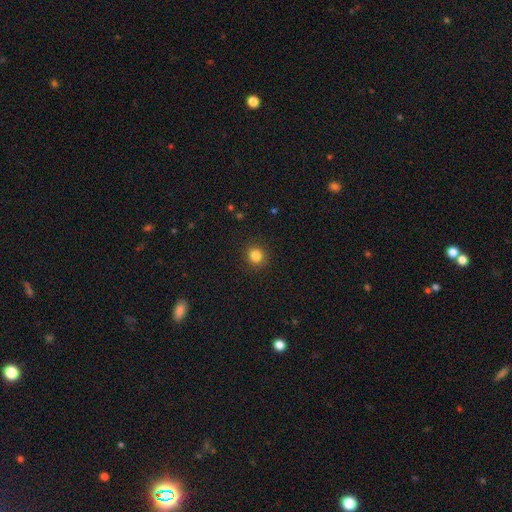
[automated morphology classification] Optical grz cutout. It shows a smooth galaxy with no disk features (83%) that is round (88%). Merging: none (91%).